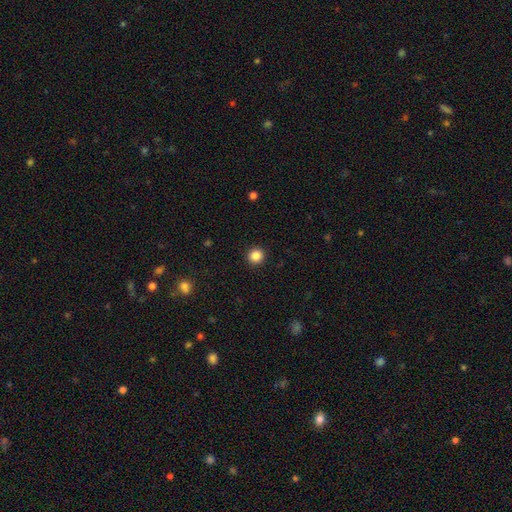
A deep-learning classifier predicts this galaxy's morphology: Q: Smooth or featured?
A: smooth (85%); runner-up: star or artifact (11%)
Q: How rounded?
A: round (95%); runner-up: in between (4%)
Q: Merging?
A: none (93%); runner-up: minor disturbance (4%)